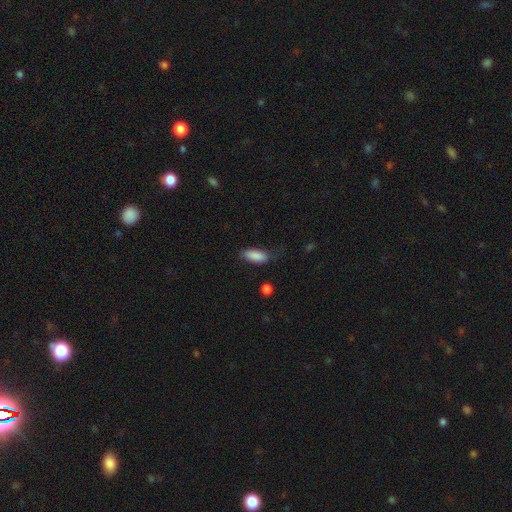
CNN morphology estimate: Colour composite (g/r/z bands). It shows a smooth galaxy with no disk features (88%) that is in between round and cigar-shaped (84%). Merging: none (66%).